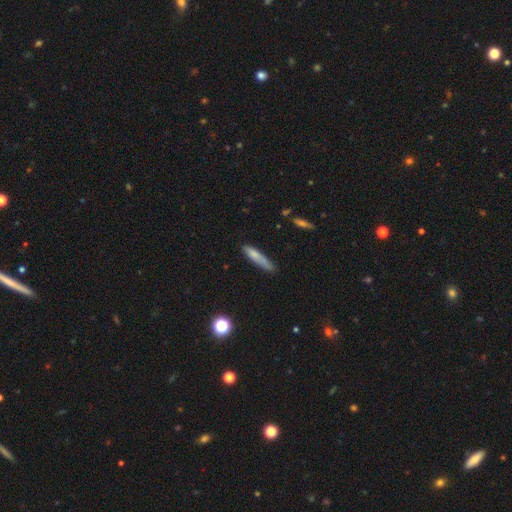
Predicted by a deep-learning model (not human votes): This is likely a smooth galaxy (74%). How rounded: clearly cigar-shaped (85%). Merging: likely none (63%).